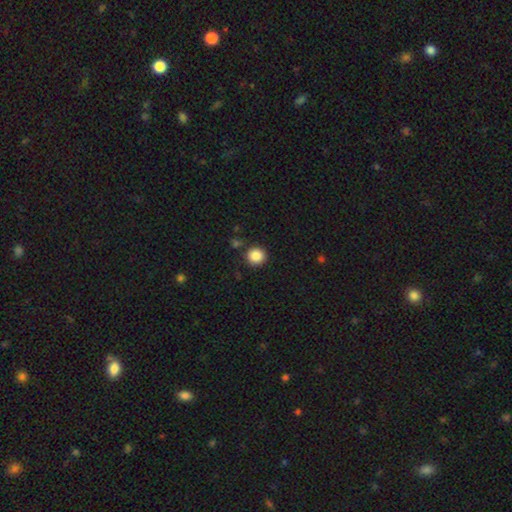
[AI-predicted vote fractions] Smooth or featured? Predicted: smooth (p=0.87). How rounded? Predicted: round (p=0.93). Merging? Predicted: none (p=0.87).